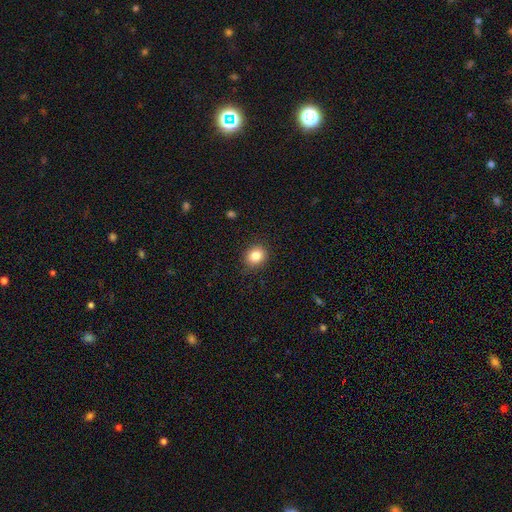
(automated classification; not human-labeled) The model was most divided on "how rounded": round: 66%, in between: 33%, cigar-shaped: 1%. More confident: merging — none (88%); smooth or featured — smooth (84%).